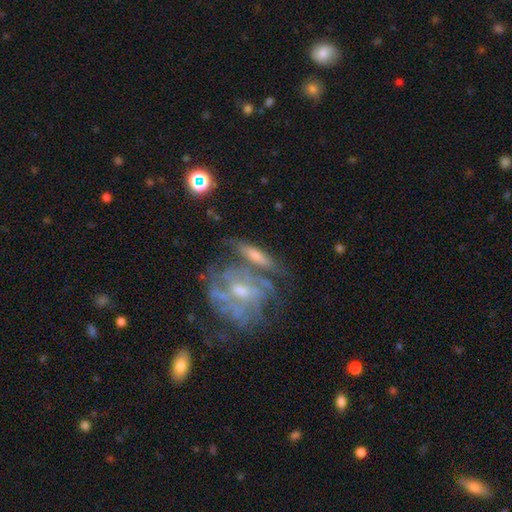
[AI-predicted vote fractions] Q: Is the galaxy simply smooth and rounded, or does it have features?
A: featured or disk — 55%.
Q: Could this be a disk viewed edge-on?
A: no — 73%.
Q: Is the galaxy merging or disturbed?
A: none — 51%.